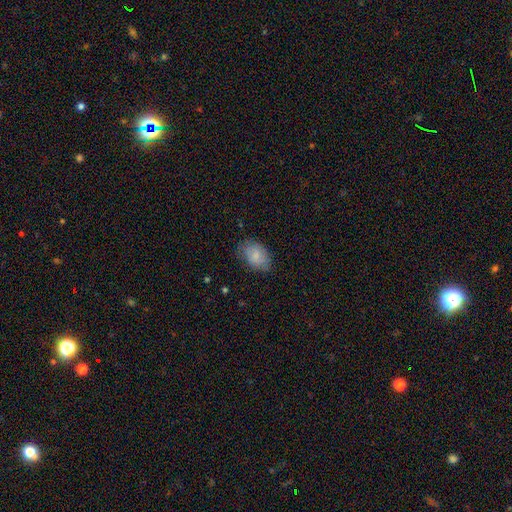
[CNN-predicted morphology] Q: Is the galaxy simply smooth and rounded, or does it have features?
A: smooth — 81%.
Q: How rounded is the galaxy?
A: in between — 84%.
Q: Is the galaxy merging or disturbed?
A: none — 72%.